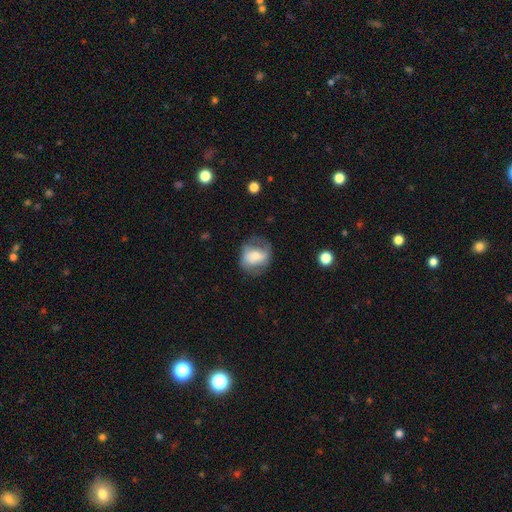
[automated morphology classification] Smooth or featured?
  - smooth: 48% *
  - featured or disk: 45%
  - star or artifact: 8%
Merging?
  - none: 58% *
  - minor disturbance: 24%
  - major disturbance: 17%
  - merger: 2%